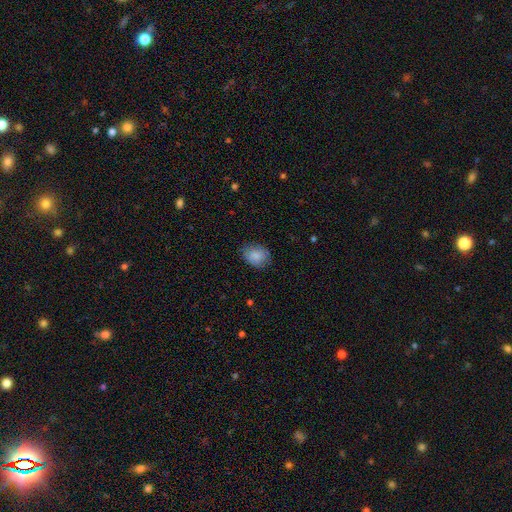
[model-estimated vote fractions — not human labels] Smooth or featured: smooth — 85% (star or artifact — 7%)
How rounded: in between — 51% (round — 48%)
Merging: none — 77% (minor disturbance — 18%)